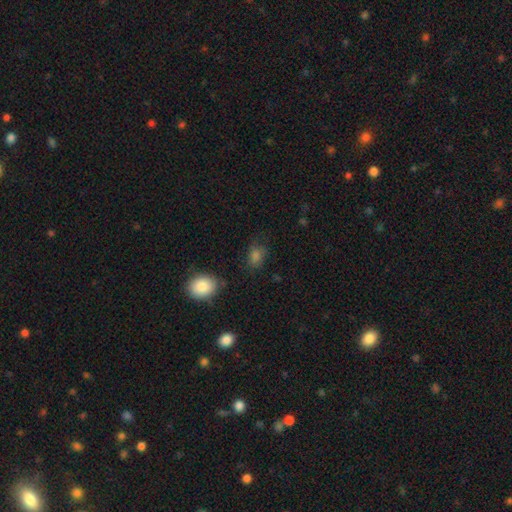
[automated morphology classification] smooth_or_featured: smooth (p=0.77) [alt: star or artifact p=0.15]
how_rounded: in between (p=0.67) [alt: round p=0.31]
merging: none (p=0.71) [alt: minor disturbance p=0.19]